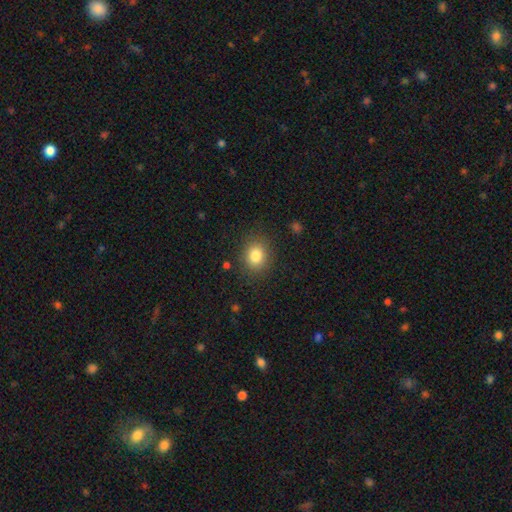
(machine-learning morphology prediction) type=smooth (82%); roundness=round (60%); merging=none (85%).